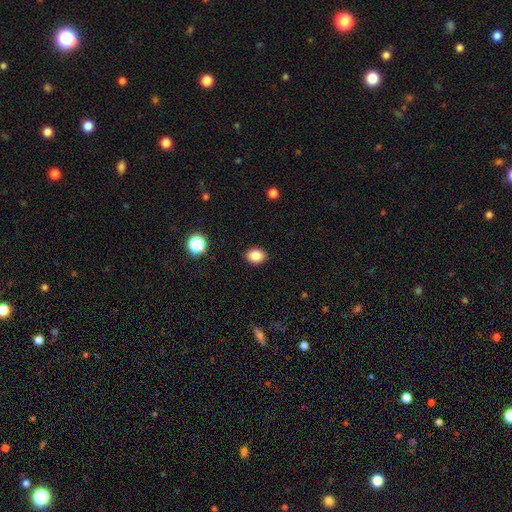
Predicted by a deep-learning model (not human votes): smooth-or-featured: smooth: 85% | star or artifact: 10% | featured or disk: 4%
  how-rounded: in between: 61% | round: 38% | cigar-shaped: 1%
  merging: none: 89% | minor disturbance: 7% | major disturbance: 2% | merger: 1%